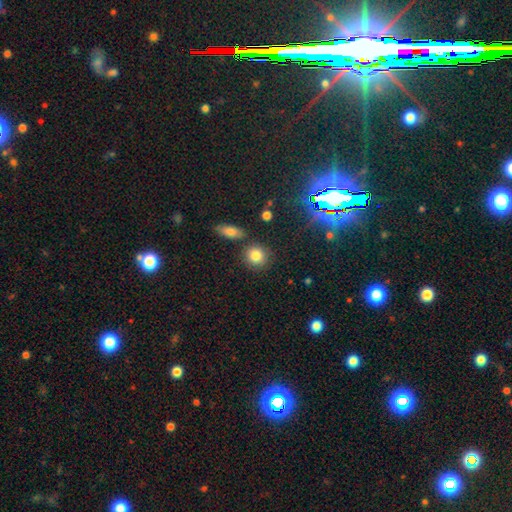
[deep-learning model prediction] smooth 81%, star or artifact 12%, featured or disk 7%. Down the decision tree: how rounded — round (86%); merging — none (81%).